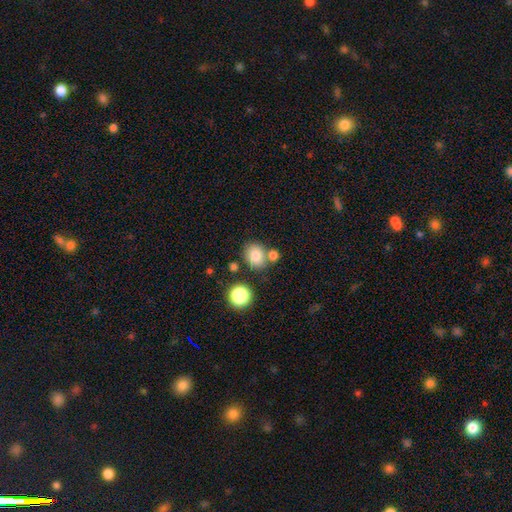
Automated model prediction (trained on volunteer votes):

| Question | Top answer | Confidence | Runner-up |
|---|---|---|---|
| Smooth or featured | smooth | 79% | star or artifact (12%) |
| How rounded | round | 68% | in between (31%) |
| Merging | none | 66% | merger (19%) |